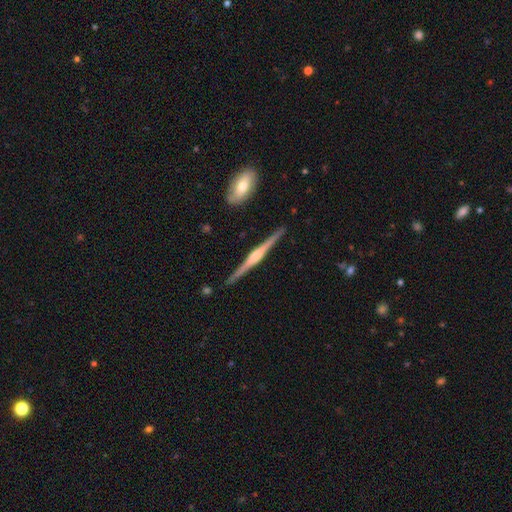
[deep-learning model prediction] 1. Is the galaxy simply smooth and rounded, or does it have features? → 84% featured or disk, 11% smooth, 5% star or artifact.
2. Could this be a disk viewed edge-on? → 98% yes, 2% no.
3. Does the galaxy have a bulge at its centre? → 67% rounded, 25% boxy, 7% none.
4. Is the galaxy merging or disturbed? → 90% none, 7% minor disturbance, 1% major disturbance, 1% merger.